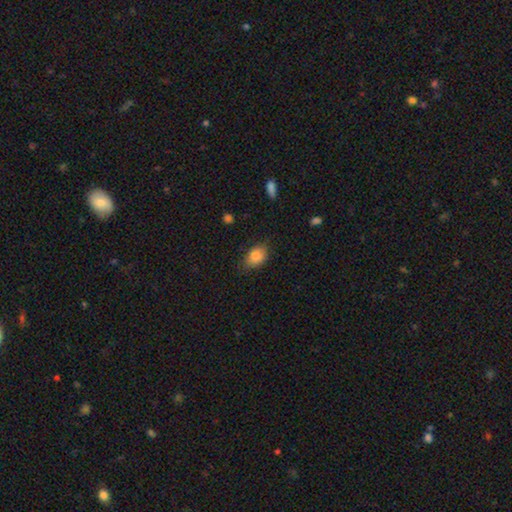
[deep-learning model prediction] smooth 84%, star or artifact 8%, featured or disk 8%. Down the decision tree: how rounded — in between (79%); merging — none (76%).